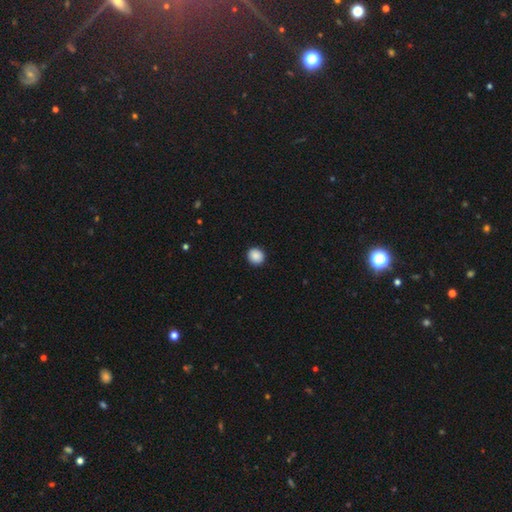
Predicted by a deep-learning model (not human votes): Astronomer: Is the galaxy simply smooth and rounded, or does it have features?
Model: smooth — 89%.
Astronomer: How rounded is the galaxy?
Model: round — 83%.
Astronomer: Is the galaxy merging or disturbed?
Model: none — 91%.